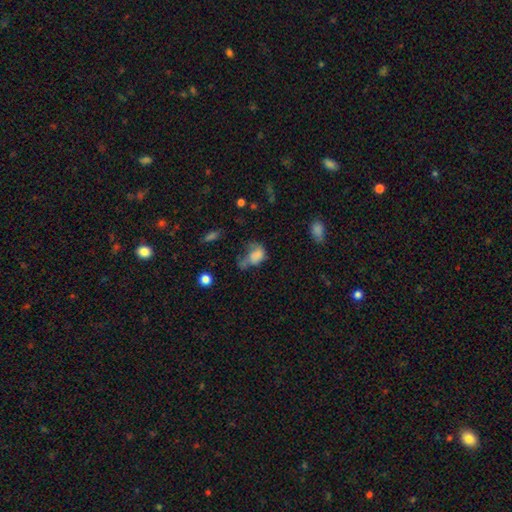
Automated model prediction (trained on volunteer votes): A smooth galaxy with no disk features (68%) that is in between round and cigar-shaped (74%). Merging: major disturbance (43%).